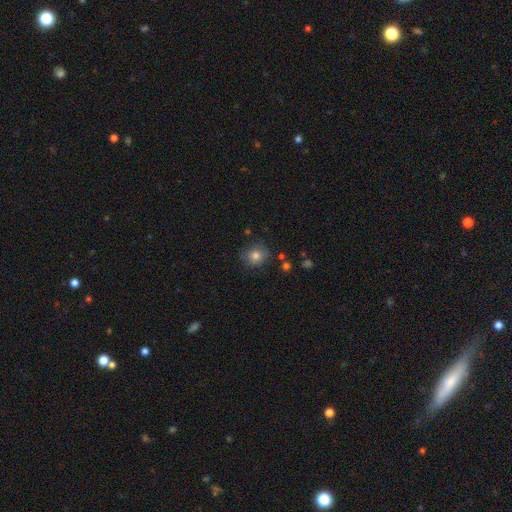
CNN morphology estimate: smooth 77%, featured or disk 12%, star or artifact 11%. Down the decision tree: how rounded — round (83%); merging — none (78%).